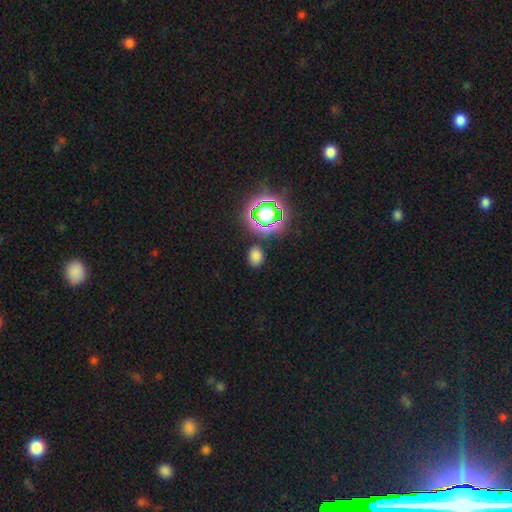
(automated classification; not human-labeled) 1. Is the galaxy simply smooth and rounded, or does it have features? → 70% smooth, 24% star or artifact, 6% featured or disk.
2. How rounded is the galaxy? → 58% in between, 40% round, 2% cigar-shaped.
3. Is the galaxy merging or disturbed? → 84% none, 10% minor disturbance, 3% major disturbance, 3% merger.